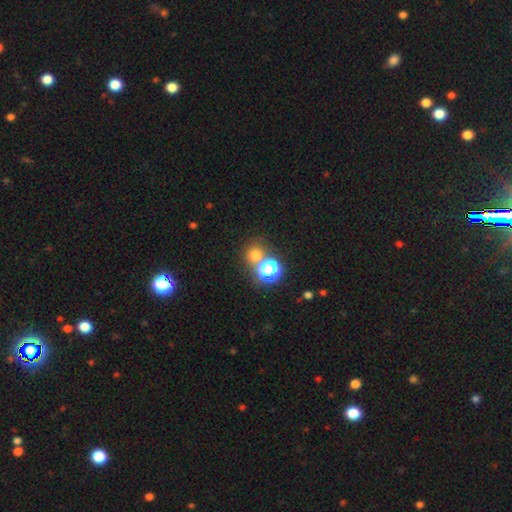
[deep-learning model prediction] This is likely a smooth galaxy (65%). How rounded: clearly round (85%). Merging: likely none (60%).